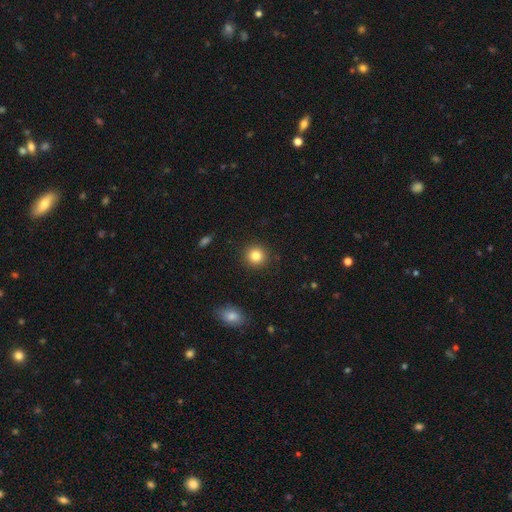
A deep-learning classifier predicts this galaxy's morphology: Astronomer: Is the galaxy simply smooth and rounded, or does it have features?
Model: smooth — 84%.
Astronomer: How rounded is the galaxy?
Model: round — 92%.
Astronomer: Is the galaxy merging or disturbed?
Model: none — 91%.